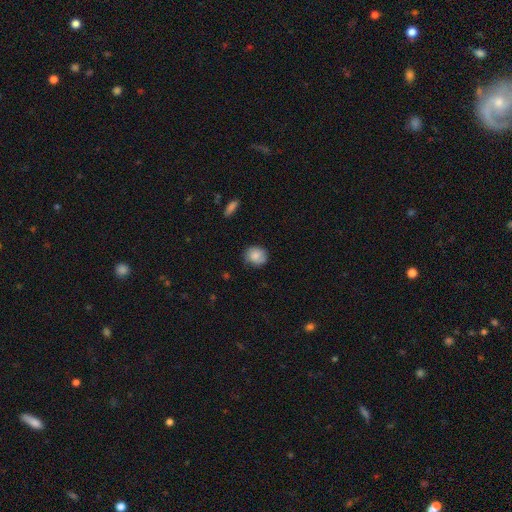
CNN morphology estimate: smooth 81%, featured or disk 11%, star or artifact 8%. Down the decision tree: how rounded — round (74%); merging — none (75%).